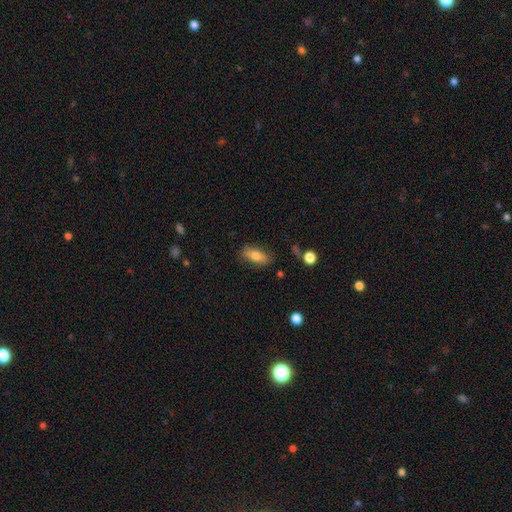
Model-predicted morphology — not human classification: Smooth or featured?
  - smooth: 74% *
  - featured or disk: 19%
  - star or artifact: 7%
How rounded?
  - in between: 75% *
  - cigar-shaped: 21%
  - round: 4%
Merging?
  - none: 80% *
  - minor disturbance: 15%
  - major disturbance: 4%
  - merger: 2%